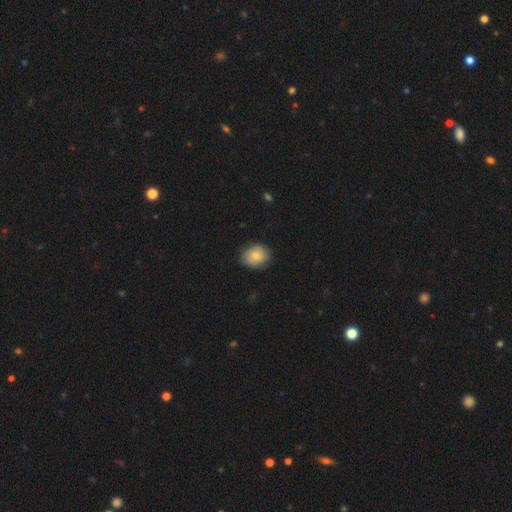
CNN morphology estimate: The model was most divided on "how rounded": round: 56%, in between: 44%, cigar-shaped: 1%. More confident: merging — none (81%); smooth or featured — smooth (75%).